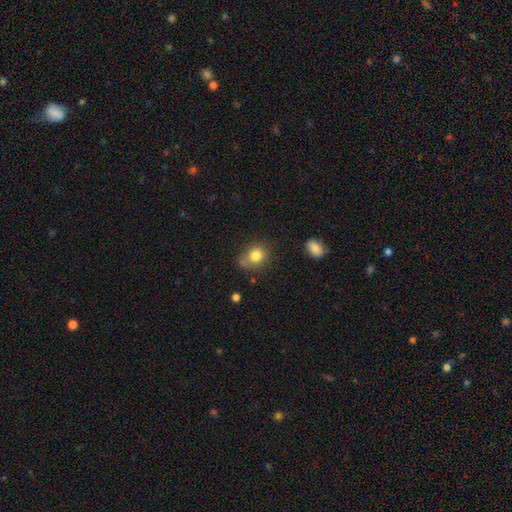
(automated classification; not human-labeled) Overall: smooth (81%). How rounded: round (63%; in between 36%). Merging: none (58%; minor disturbance 22%).